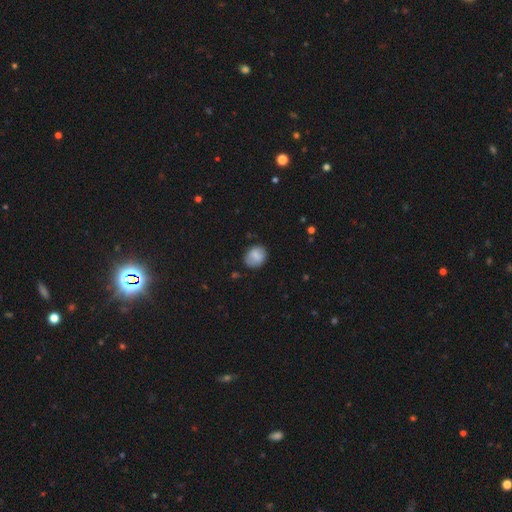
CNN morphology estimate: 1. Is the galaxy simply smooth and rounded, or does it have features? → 81% smooth, 11% featured or disk, 8% star or artifact.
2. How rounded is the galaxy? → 54% round, 45% in between, 1% cigar-shaped.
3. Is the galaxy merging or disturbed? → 78% none, 17% minor disturbance, 4% major disturbance, 1% merger.